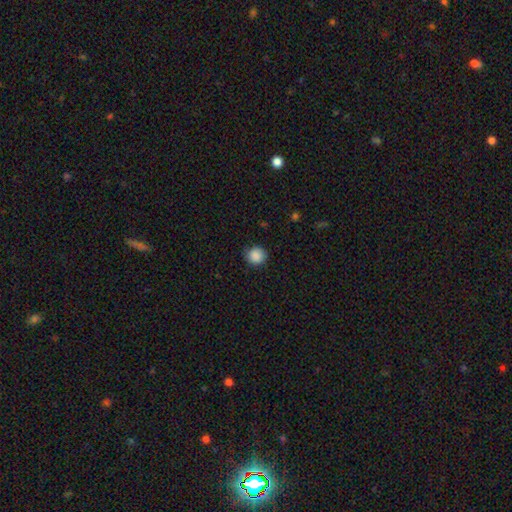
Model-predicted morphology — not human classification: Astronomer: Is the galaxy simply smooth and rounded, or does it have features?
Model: smooth — 88%.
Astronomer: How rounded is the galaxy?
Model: round — 91%.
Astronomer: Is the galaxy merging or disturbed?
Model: none — 86%.